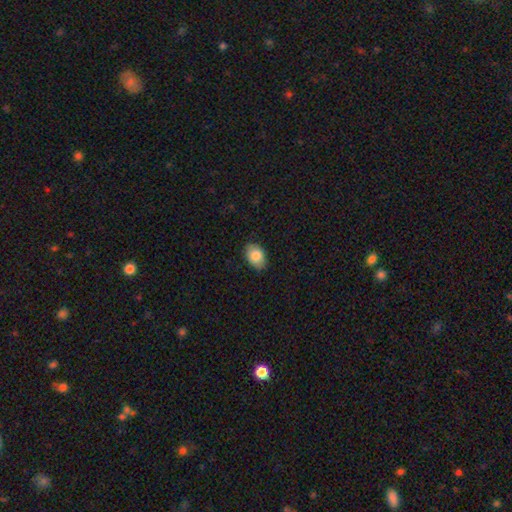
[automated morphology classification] Overall: smooth (84%). How rounded: in between (86%). Merging: none (85%).